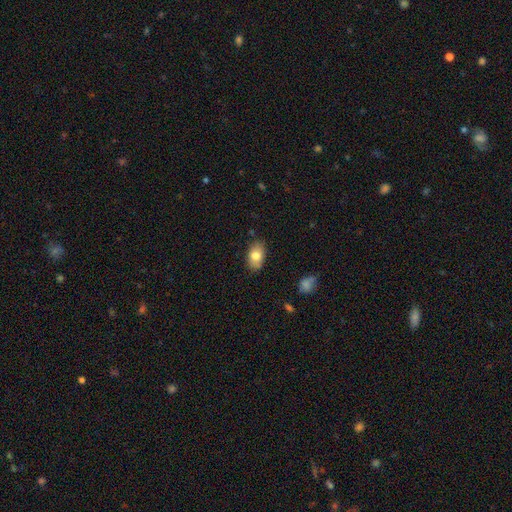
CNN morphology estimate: smooth_or_featured: smooth (p=0.79) [alt: featured or disk p=0.13]
how_rounded: in between (p=0.91) [alt: round p=0.08]
merging: none (p=0.83) [alt: minor disturbance p=0.13]